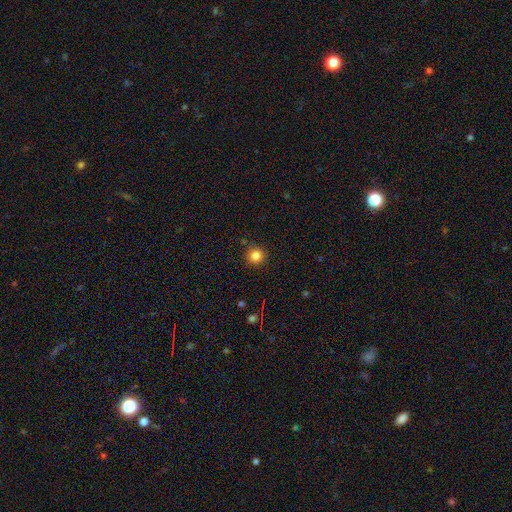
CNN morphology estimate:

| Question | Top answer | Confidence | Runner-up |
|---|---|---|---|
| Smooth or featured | smooth | 84% | star or artifact (12%) |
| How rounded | round | 94% | in between (5%) |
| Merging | none | 86% | minor disturbance (10%) |